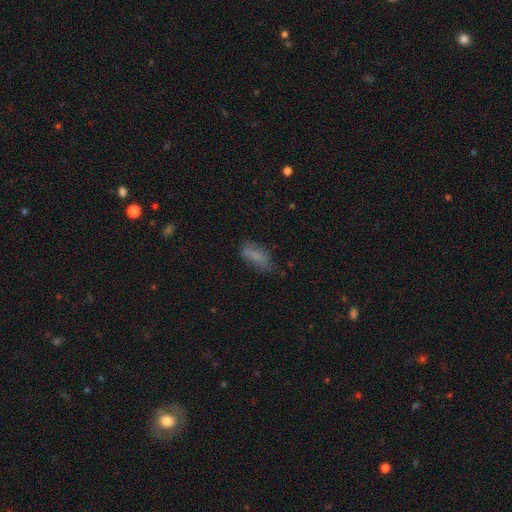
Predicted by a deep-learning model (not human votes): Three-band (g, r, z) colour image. It shows a smooth galaxy with no disk features (75%) that is in between round and cigar-shaped (74%). Merging: none (63%).